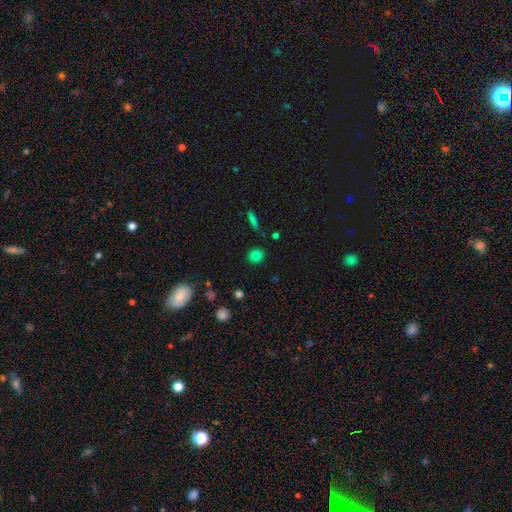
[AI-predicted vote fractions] Q: Smooth or featured?
A: smooth (81%); runner-up: star or artifact (13%)
Q: How rounded?
A: round (84%); runner-up: in between (14%)
Q: Merging?
A: none (87%); runner-up: minor disturbance (9%)